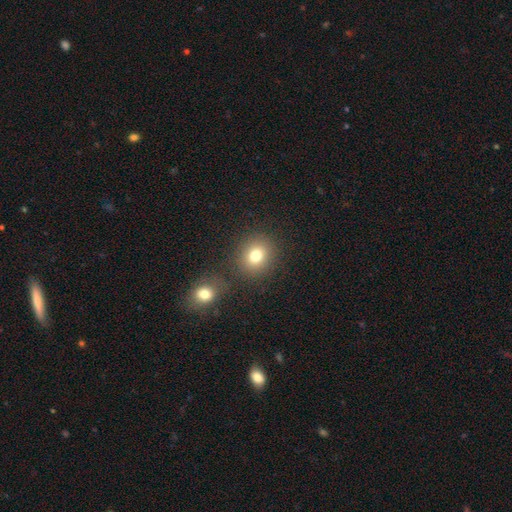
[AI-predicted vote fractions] smooth-or-featured: smooth: 78% | star or artifact: 13% | featured or disk: 9%
  how-rounded: round: 78% | in between: 21% | cigar-shaped: 1%
  merging: none: 79% | merger: 9% | minor disturbance: 9% | major disturbance: 3%